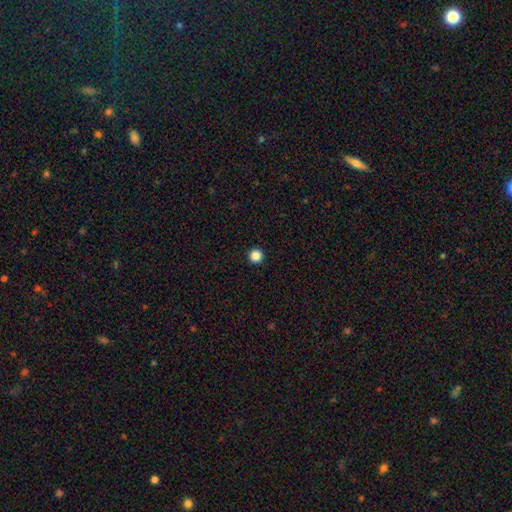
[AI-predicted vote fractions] A smooth galaxy with no disk features (86%) that is round (96%).

Vote fractions:
- Smooth or featured? smooth: 86% / star or artifact: 11% / featured or disk: 3%
- How rounded? round: 96% / in between: 3% / cigar-shaped: 1%
- Merging? none: 94% / minor disturbance: 4% / major disturbance: 1% / merger: 1%